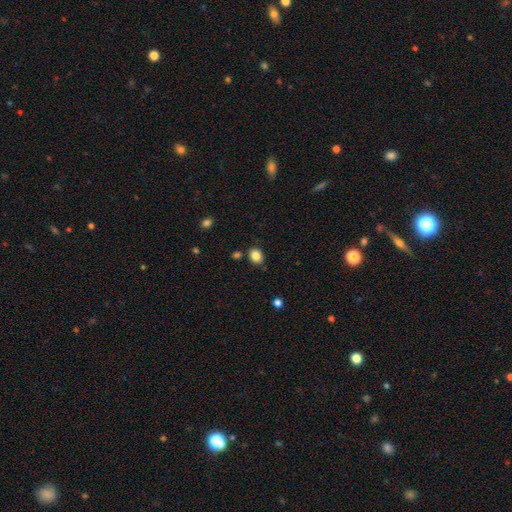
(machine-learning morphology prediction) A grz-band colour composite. It shows a smooth galaxy with no disk features (85%) that is in between round and cigar-shaped (57%). Merging: none (81%).